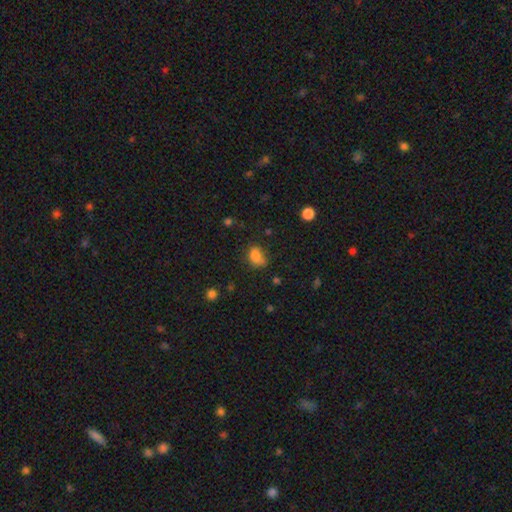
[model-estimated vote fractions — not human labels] Overall: smooth (78%). How rounded: in between (69%; round 30%). Merging: none (46%; minor disturbance 32%).